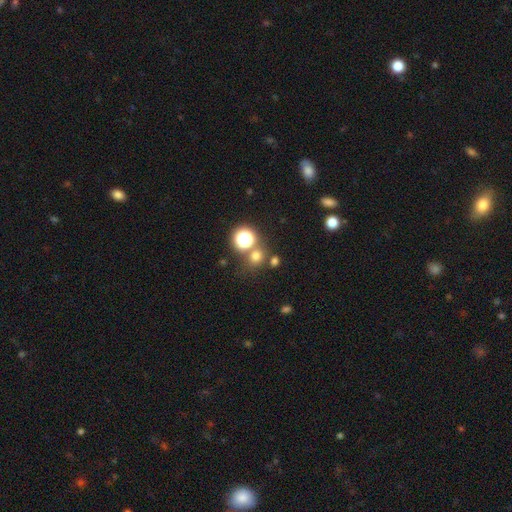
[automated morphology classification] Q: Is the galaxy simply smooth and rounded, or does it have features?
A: smooth — 67%.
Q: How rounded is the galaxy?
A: round — 84%.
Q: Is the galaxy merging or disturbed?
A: none — 70%.